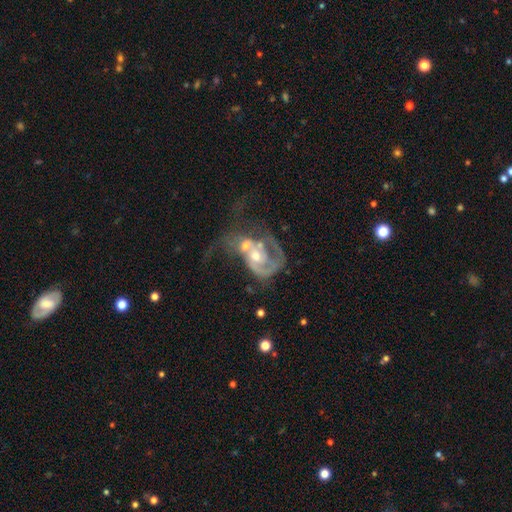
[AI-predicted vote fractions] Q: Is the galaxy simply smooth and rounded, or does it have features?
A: featured or disk — 79%.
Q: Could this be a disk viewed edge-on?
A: no — 97%.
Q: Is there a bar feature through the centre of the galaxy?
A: no — 72%.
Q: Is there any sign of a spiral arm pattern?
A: yes — 77%.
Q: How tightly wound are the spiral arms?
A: medium — 37%.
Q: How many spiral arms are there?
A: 1 — 41%.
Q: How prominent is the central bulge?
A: moderate — 63%.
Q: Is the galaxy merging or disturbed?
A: merger — 64%.